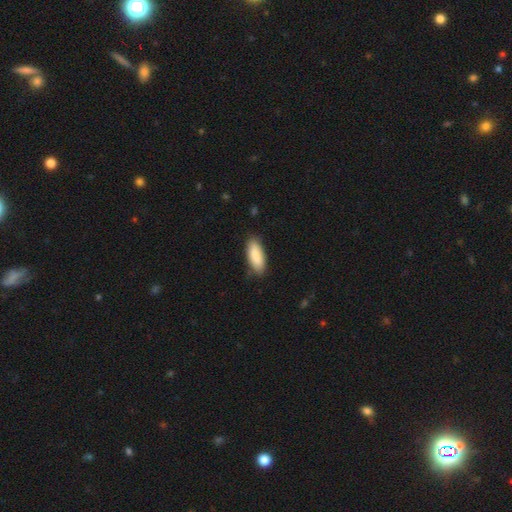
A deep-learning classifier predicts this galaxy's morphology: Smooth or featured? Predicted: smooth (p=0.88). How rounded? Predicted: in between (p=0.75). Merging? Predicted: none (p=0.83).